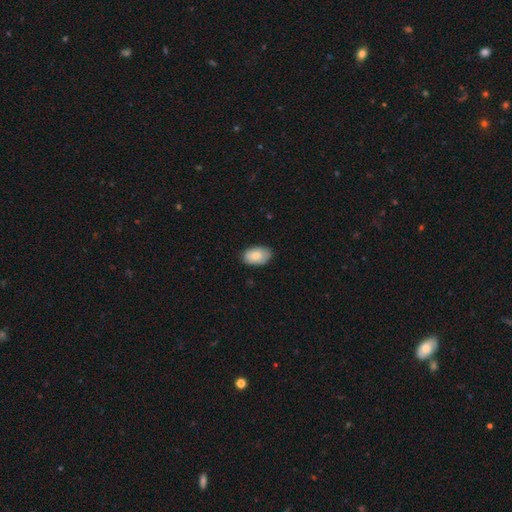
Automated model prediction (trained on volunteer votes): A smooth galaxy with no disk features (79%) that is in between round and cigar-shaped (91%).

Vote fractions:
- Smooth or featured? smooth: 79% / featured or disk: 14% / star or artifact: 6%
- How rounded? in between: 91% / round: 7% / cigar-shaped: 1%
- Merging? none: 81% / minor disturbance: 16% / major disturbance: 2% / merger: 1%